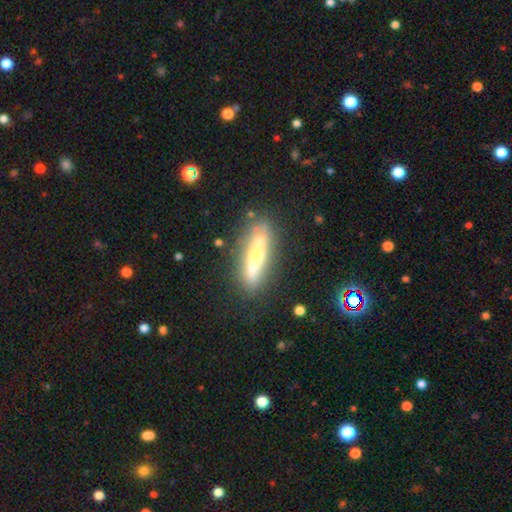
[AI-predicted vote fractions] A featured or disk galaxy (59%) viewed edge-on (80%).

Vote fractions:
- Smooth or featured? featured or disk: 59% / smooth: 32% / star or artifact: 9%
- Edge-on disk? yes: 80% / no: 20%
- Merging? none: 81% / minor disturbance: 13% / major disturbance: 4% / merger: 3%